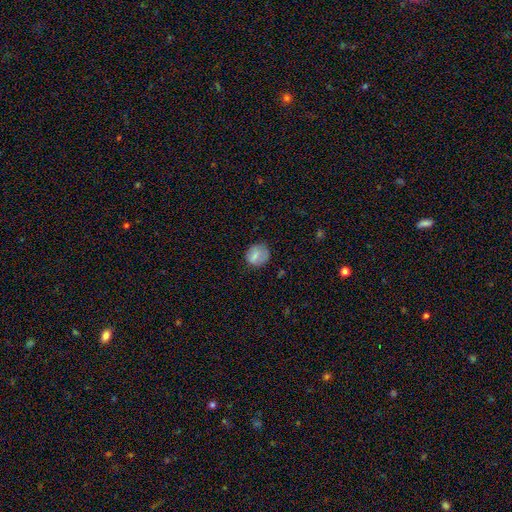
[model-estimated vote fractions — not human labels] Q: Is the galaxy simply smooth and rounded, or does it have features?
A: smooth — 75%.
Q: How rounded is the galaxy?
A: round — 76%.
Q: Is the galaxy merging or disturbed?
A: none — 71%.